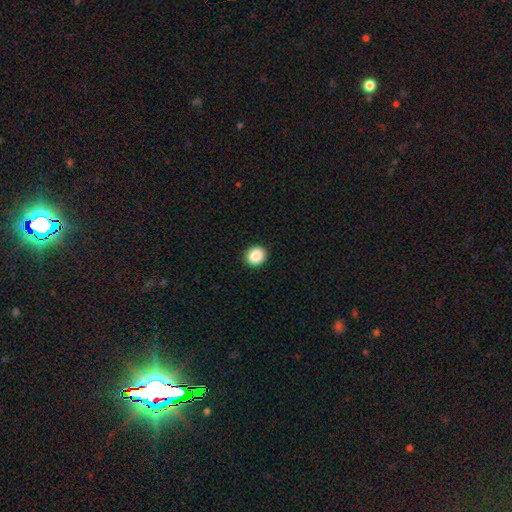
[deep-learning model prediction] smooth 88%, star or artifact 8%, featured or disk 4%. Down the decision tree: how rounded — round (78%); merging — none (92%).